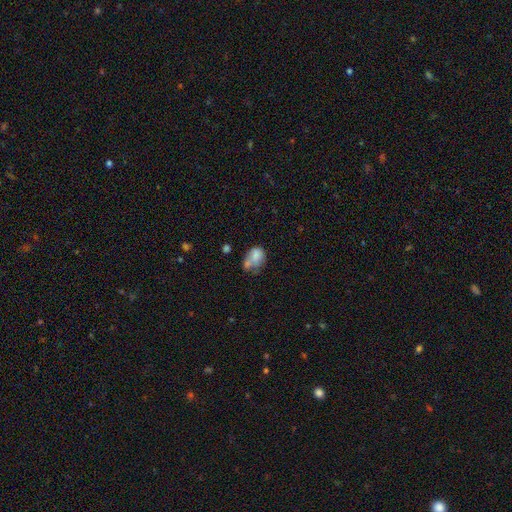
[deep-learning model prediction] This is likely a smooth galaxy (71%). How rounded: likely in between (69%). Merging: marginally merger (36%).